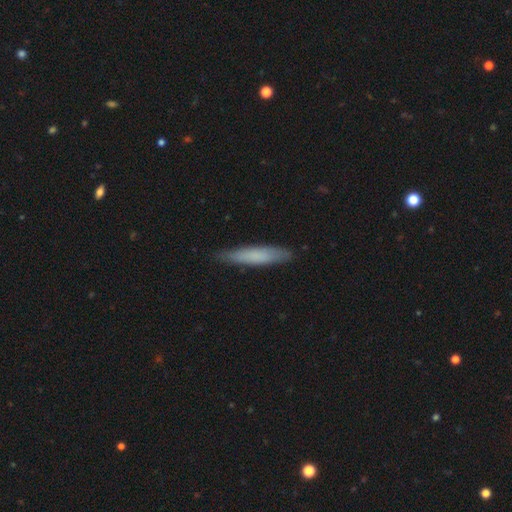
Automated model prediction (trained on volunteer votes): smooth-or-featured: smooth: 73% | featured or disk: 21% | star or artifact: 6%
  how-rounded: cigar-shaped: 88% | in between: 11% | round: 1%
  merging: none: 85% | minor disturbance: 12% | major disturbance: 2% | merger: 1%